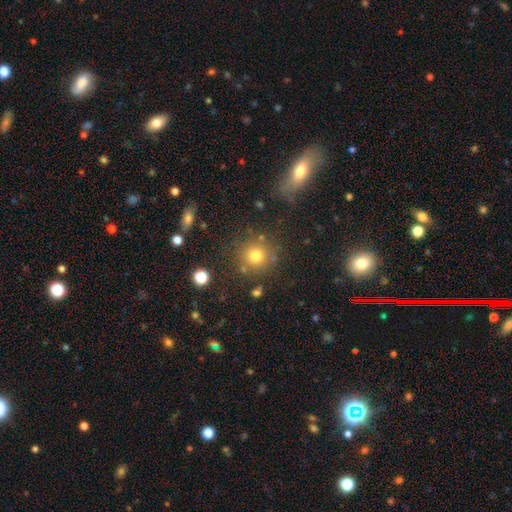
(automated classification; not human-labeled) A smooth galaxy with no disk features (76%) that is round (92%). Merging: none (80%).